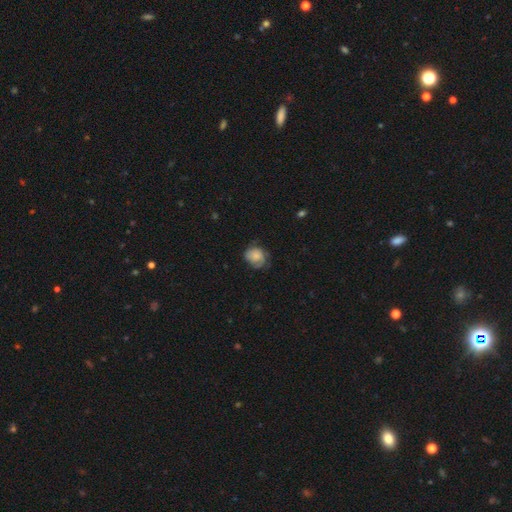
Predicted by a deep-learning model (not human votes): Smooth or featured? Predicted: smooth (p=0.61). How rounded? Predicted: round (p=0.59). Merging? Predicted: none (p=0.56).